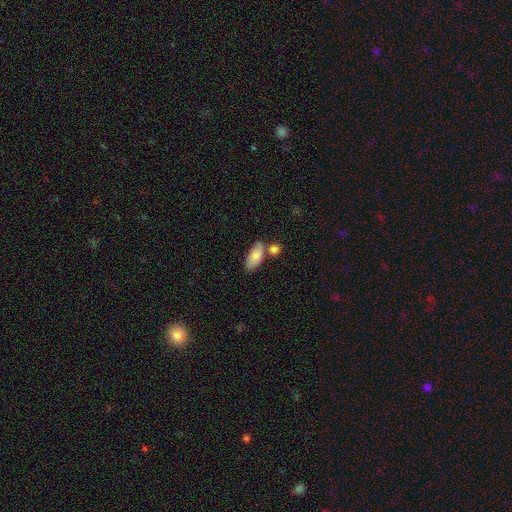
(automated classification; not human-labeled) Morphology: type=smooth (81%); roundness=in between (89%); merging=none (52%).